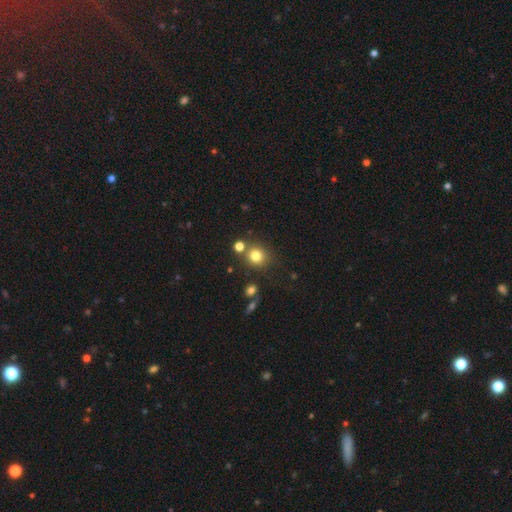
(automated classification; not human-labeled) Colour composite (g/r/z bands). It shows a smooth galaxy with no disk features (79%) that is round (86%). Merging: none (73%).